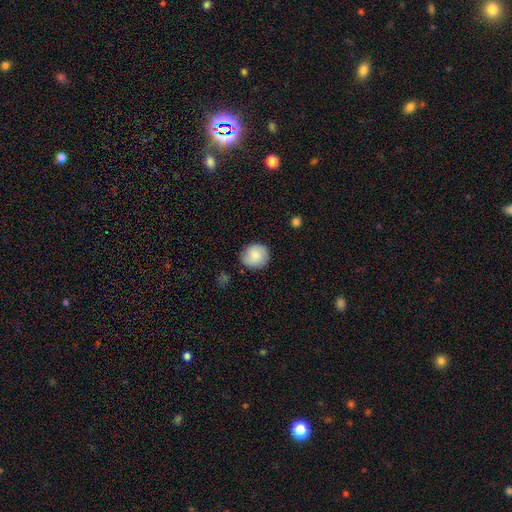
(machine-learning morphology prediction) smooth_or_featured: smooth (p=0.81) [alt: featured or disk p=0.12]
how_rounded: round (p=0.88) [alt: in between p=0.11]
merging: none (p=0.86) [alt: minor disturbance p=0.10]